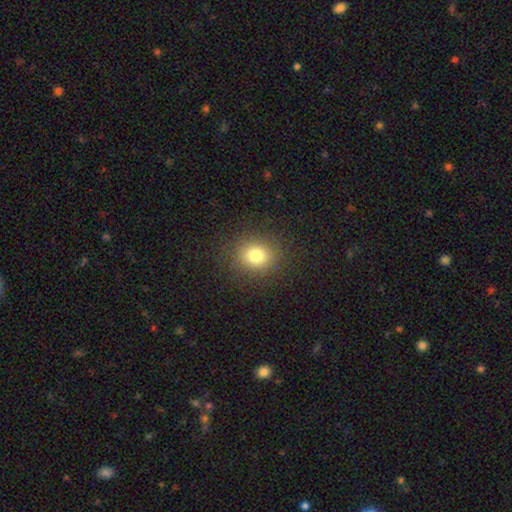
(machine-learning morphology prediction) Smooth or featured: smooth — 78% (star or artifact — 14%)
How rounded: round — 80% (in between — 19%)
Merging: none — 88% (minor disturbance — 7%)